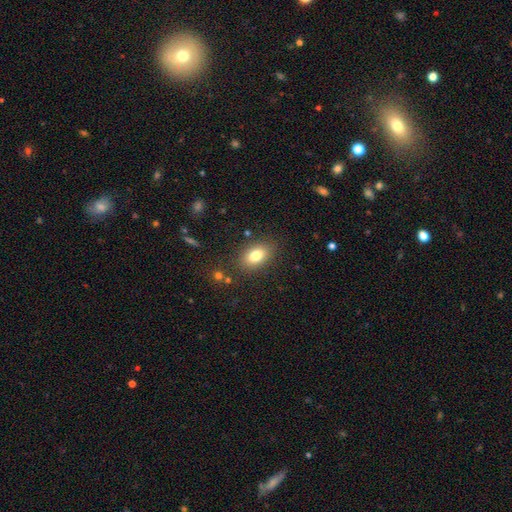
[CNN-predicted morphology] A smooth galaxy with no disk features (79%) that is in between round and cigar-shaped (85%).

Vote fractions:
- Smooth or featured? smooth: 79% / featured or disk: 11% / star or artifact: 9%
- How rounded? in between: 85% / round: 13% / cigar-shaped: 2%
- Merging? none: 84% / minor disturbance: 11% / major disturbance: 3% / merger: 2%